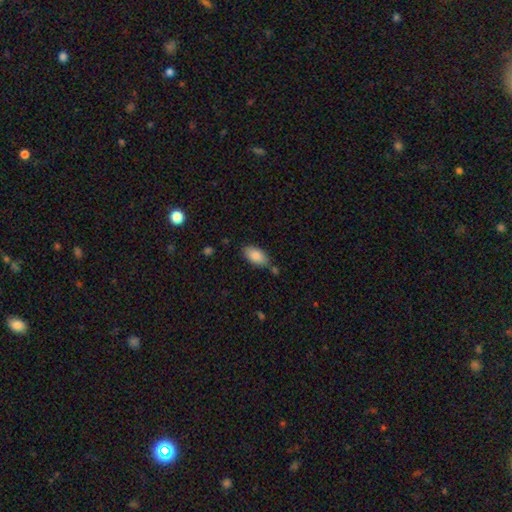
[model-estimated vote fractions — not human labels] Overall: smooth (86%). How rounded: in between (94%). Merging: none (72%).